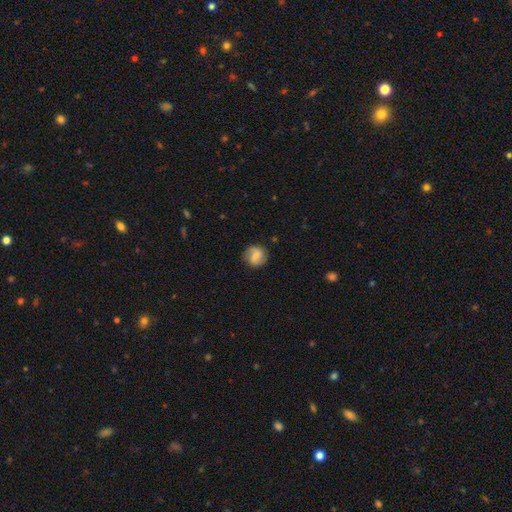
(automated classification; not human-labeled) A smooth galaxy with no disk features (56%) that is round (87%).

Vote fractions:
- Smooth or featured? smooth: 56% / featured or disk: 35% / star or artifact: 8%
- How rounded? round: 87% / in between: 12% / cigar-shaped: 1%
- Merging? none: 82% / minor disturbance: 13% / major disturbance: 4% / merger: 1%